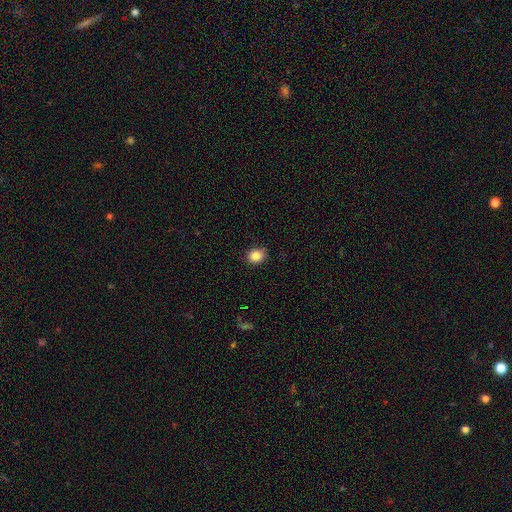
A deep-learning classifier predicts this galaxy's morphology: Smooth or featured? smooth (87%)
How rounded? round (61%)
Merging? none (84%)